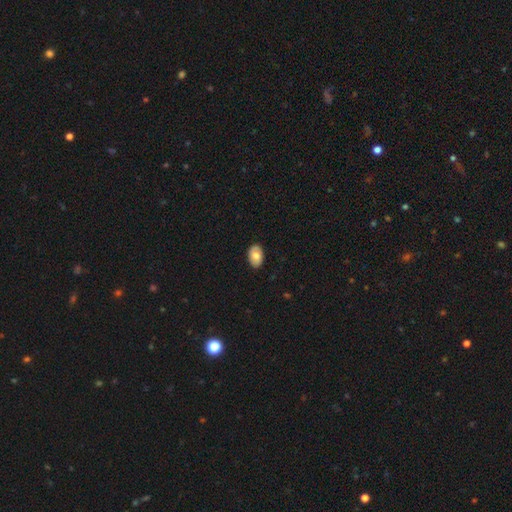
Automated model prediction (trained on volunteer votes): Smooth or featured: smooth — 73% (featured or disk — 20%)
How rounded: in between — 90% (round — 8%)
Merging: none — 87% (minor disturbance — 10%)